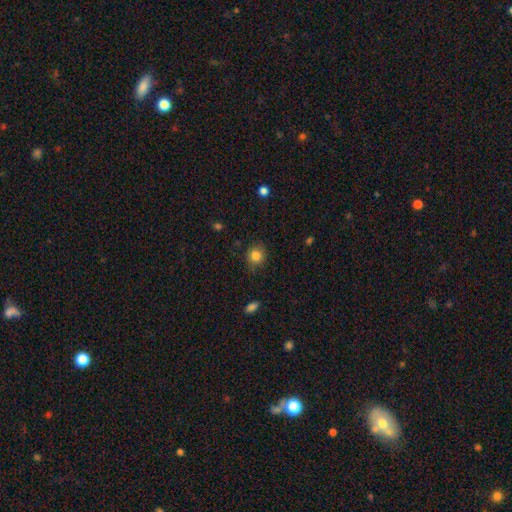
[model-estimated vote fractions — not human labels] Smooth or featured?
  - smooth: 83% *
  - star or artifact: 11%
  - featured or disk: 6%
How rounded?
  - round: 83% *
  - in between: 16%
  - cigar-shaped: 1%
Merging?
  - none: 82% *
  - minor disturbance: 13%
  - major disturbance: 3%
  - merger: 1%